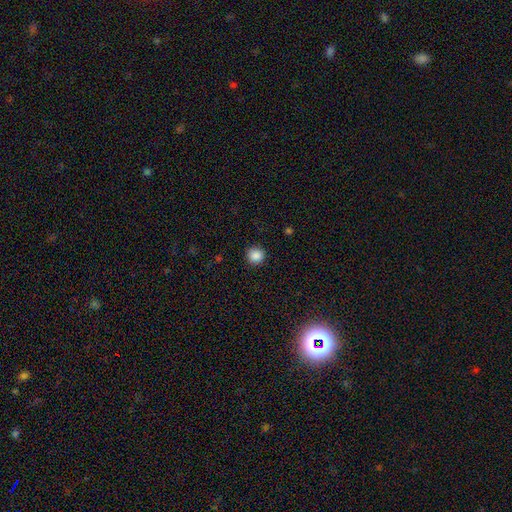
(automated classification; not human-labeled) Smooth or featured? Predicted: smooth (p=0.87). How rounded? Predicted: round (p=0.95). Merging? Predicted: none (p=0.91).